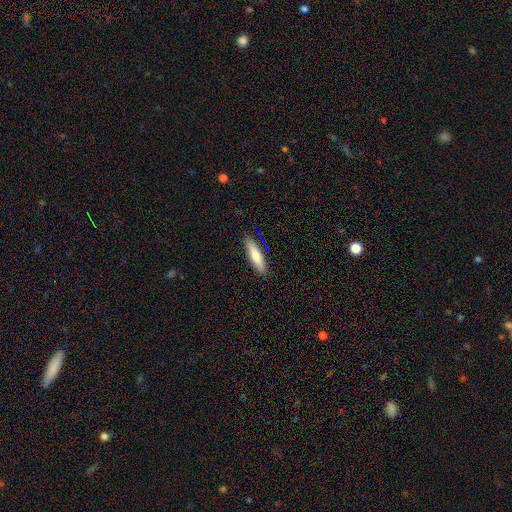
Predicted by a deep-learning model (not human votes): Morphology: type=smooth (72%); roundness=cigar-shaped (68%); merging=none (87%).